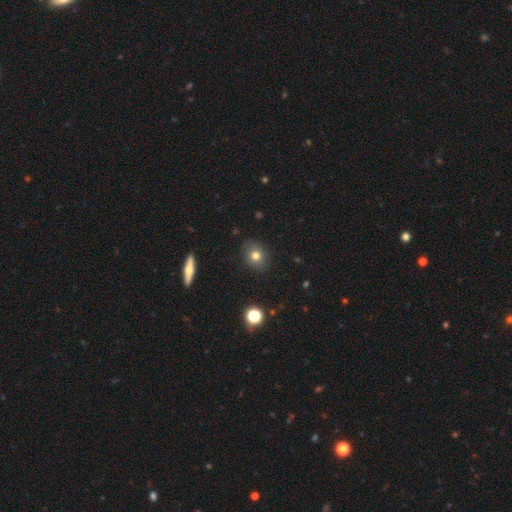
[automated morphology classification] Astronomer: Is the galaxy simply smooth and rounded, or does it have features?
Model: smooth — 75%.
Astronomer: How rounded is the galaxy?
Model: round — 66%.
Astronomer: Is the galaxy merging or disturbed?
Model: none — 87%.